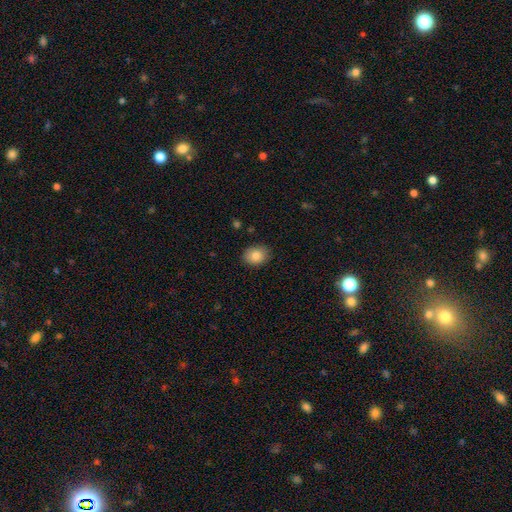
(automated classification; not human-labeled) This appears to be a smooth galaxy with no disk features (84%) that is in between round and cigar-shaped (58%). Merging: none (86%).